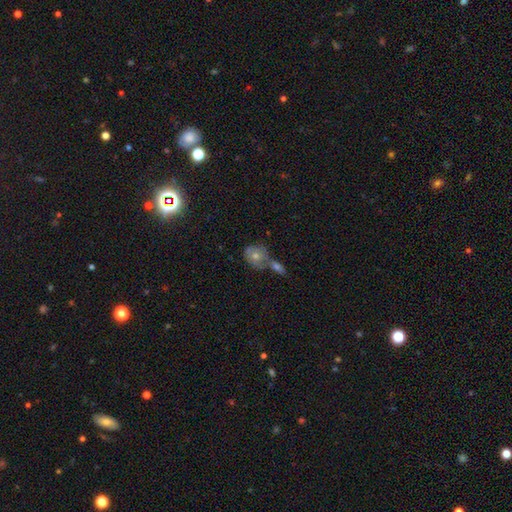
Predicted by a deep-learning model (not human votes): A featured or disk galaxy (38%).

Vote fractions:
- Smooth or featured? featured or disk: 38% / smooth: 37% / star or artifact: 25%
- Merging? none: 49% / merger: 33% / minor disturbance: 12% / major disturbance: 6%